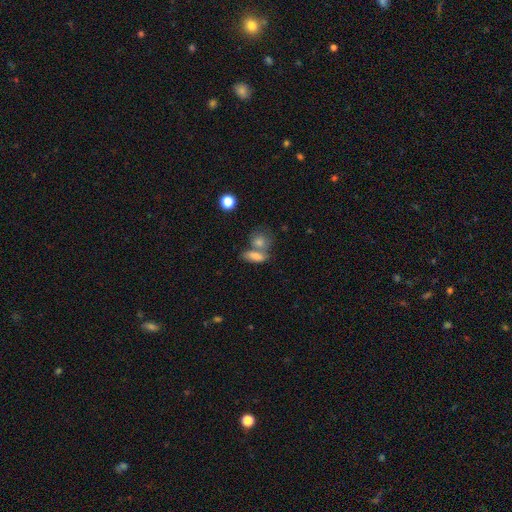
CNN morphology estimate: smooth_or_featured: smooth (p=0.80) [alt: featured or disk p=0.11]
how_rounded: in between (p=0.73) [alt: cigar-shaped p=0.14]
merging: merger (p=0.44) [alt: none p=0.40]